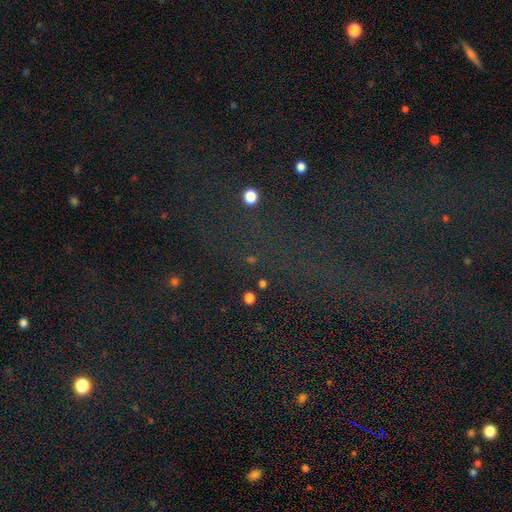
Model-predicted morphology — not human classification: The model was most divided on "smooth or featured": star or artifact: 78%, smooth: 12%, featured or disk: 10%.